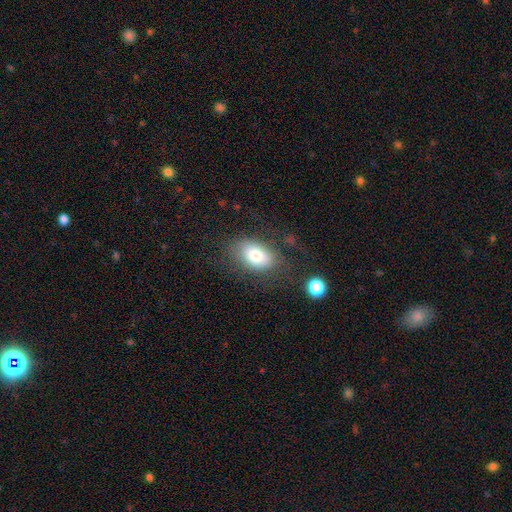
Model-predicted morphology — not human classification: Smooth or featured? smooth (77%)
How rounded? in between (86%)
Merging? none (72%)